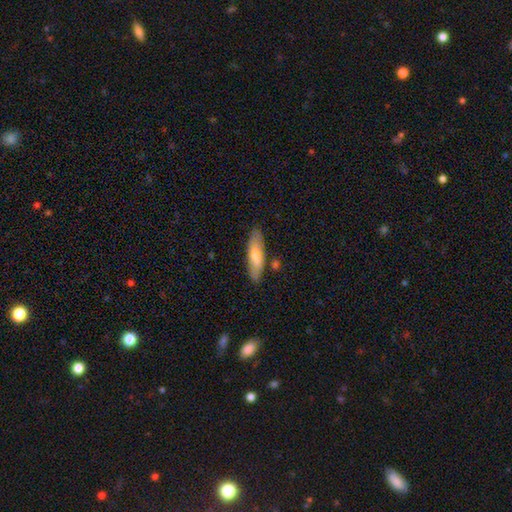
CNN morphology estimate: A smooth galaxy with no disk features (68%) that is cigar-shaped (61%). Merging: none (81%).